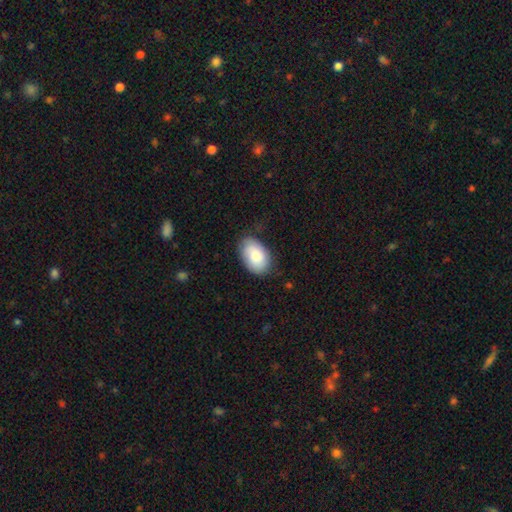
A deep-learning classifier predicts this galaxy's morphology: This is clearly a smooth galaxy (83%). How rounded: clearly in between (90%). Merging: likely none (76%).